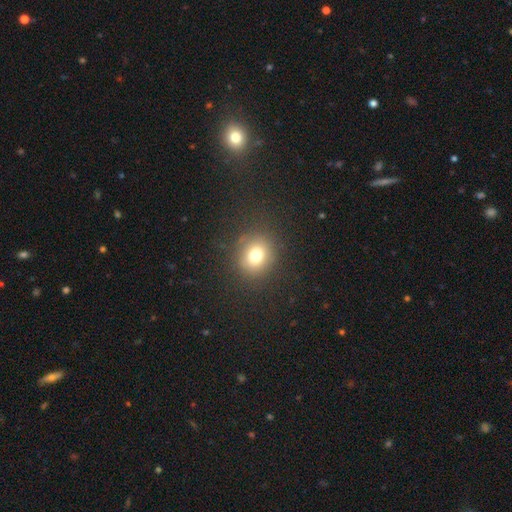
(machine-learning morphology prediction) A smooth galaxy with no disk features (75%) that is round (81%).

Vote fractions:
- Smooth or featured? smooth: 75% / star or artifact: 16% / featured or disk: 10%
- How rounded? round: 81% / in between: 18% / cigar-shaped: 1%
- Merging? none: 85% / minor disturbance: 9% / major disturbance: 5% / merger: 1%